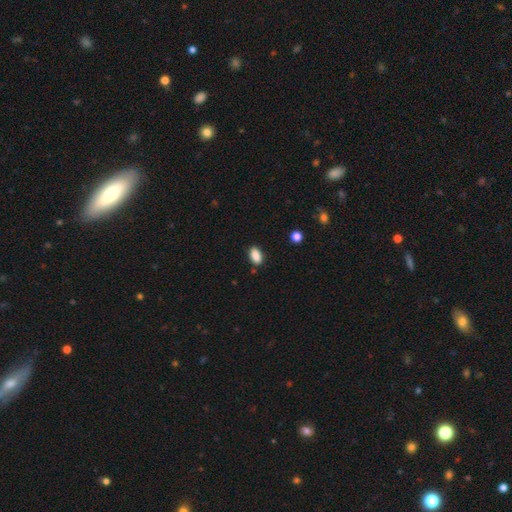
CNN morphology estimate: Smooth or featured: smooth — 88% (star or artifact — 8%)
How rounded: in between — 90% (round — 6%)
Merging: none — 85% (minor disturbance — 11%)